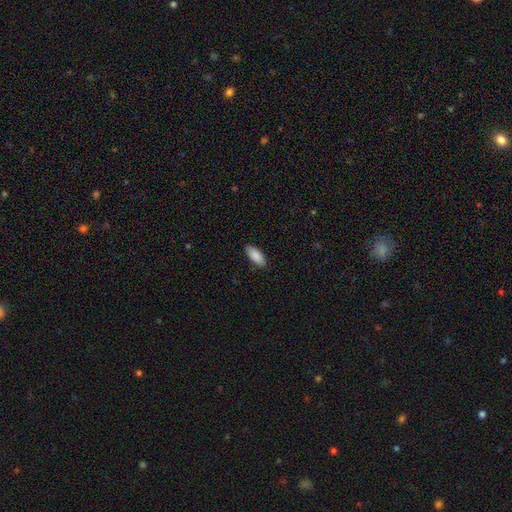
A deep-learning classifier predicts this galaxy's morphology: This is clearly a smooth galaxy (90%). How rounded: clearly in between (86%). Merging: clearly none (87%).